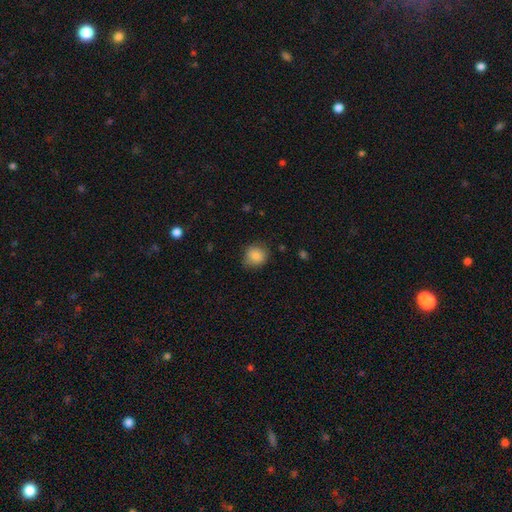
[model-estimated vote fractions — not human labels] smooth_or_featured: smooth (p=0.86) [alt: star or artifact p=0.09]
how_rounded: round (p=0.78) [alt: in between p=0.21]
merging: none (p=0.75) [alt: minor disturbance p=0.20]